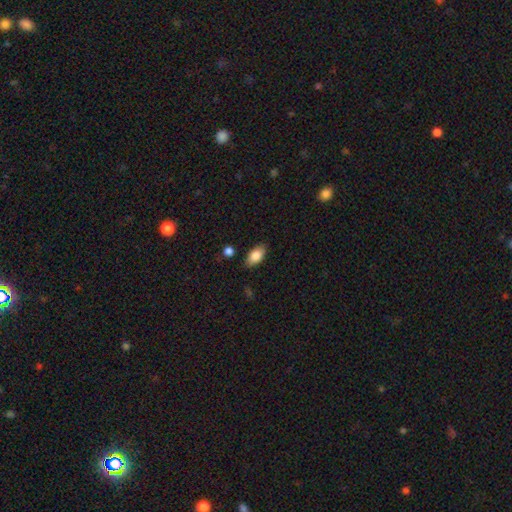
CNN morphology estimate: The model was most divided on "merging": none: 85%, minor disturbance: 11%, major disturbance: 2%, merger: 2%. More confident: how rounded — in between (92%); smooth or featured — smooth (84%).